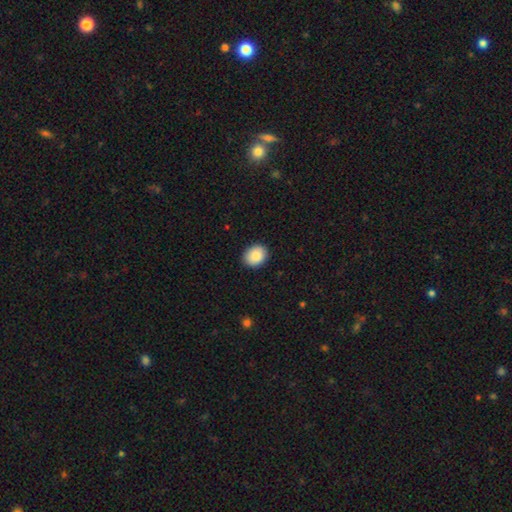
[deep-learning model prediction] This is clearly a smooth galaxy (89%). How rounded: possibly round (53%). Merging: clearly none (90%).